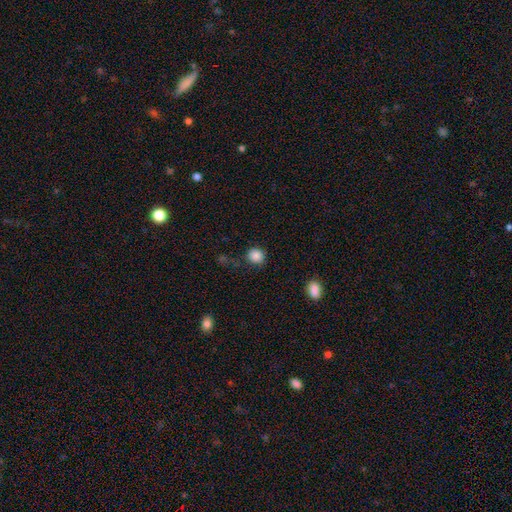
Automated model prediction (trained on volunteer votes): Q: Smooth or featured?
A: smooth (87%); runner-up: star or artifact (10%)
Q: How rounded?
A: round (89%); runner-up: in between (10%)
Q: Merging?
A: none (80%); runner-up: minor disturbance (13%)